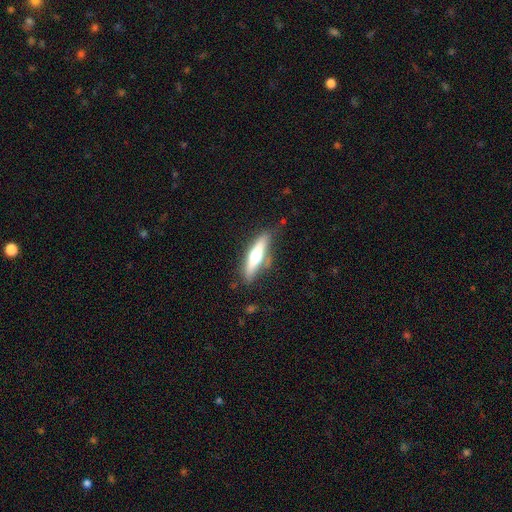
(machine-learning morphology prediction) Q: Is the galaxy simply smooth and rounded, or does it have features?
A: featured or disk — 51%.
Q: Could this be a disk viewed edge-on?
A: yes — 90%.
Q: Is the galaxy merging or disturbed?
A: none — 76%.